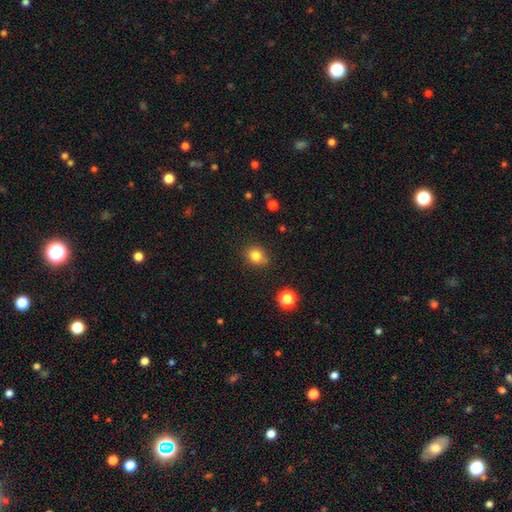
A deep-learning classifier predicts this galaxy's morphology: A smooth galaxy with no disk features (81%) that is round (66%).

Vote fractions:
- Smooth or featured? smooth: 81% / star or artifact: 12% / featured or disk: 6%
- How rounded? round: 66% / in between: 33% / cigar-shaped: 1%
- Merging? none: 79% / minor disturbance: 15% / major disturbance: 3% / merger: 3%